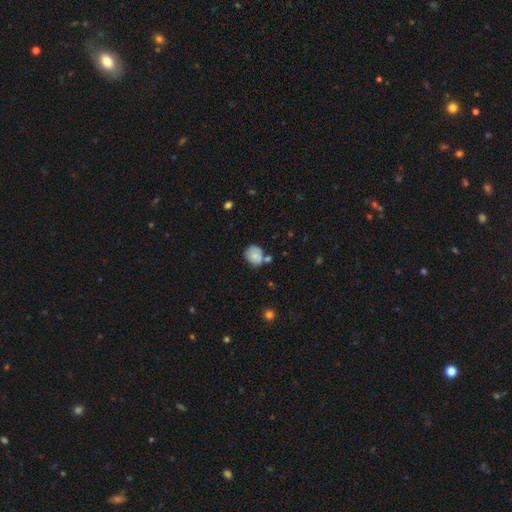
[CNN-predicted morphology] A smooth galaxy with no disk features (74%) that is round (68%). Merging: none (54%).